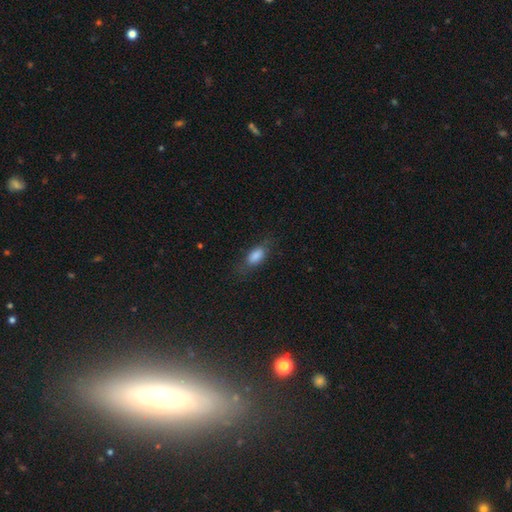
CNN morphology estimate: Smooth or featured? smooth (81%)
How rounded? in between (84%)
Merging? none (70%)